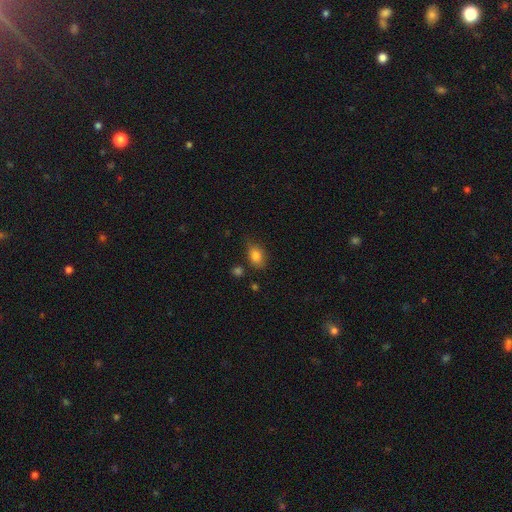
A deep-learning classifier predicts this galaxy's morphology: This appears to be a smooth galaxy with no disk features (82%) that is in between round and cigar-shaped (80%). Merging: none (69%).